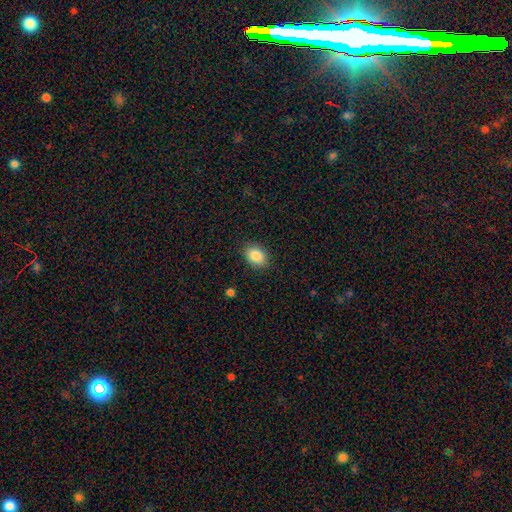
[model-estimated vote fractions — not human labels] This appears to be a smooth galaxy with no disk features (86%) that is in between round and cigar-shaped (72%). Merging: none (87%).